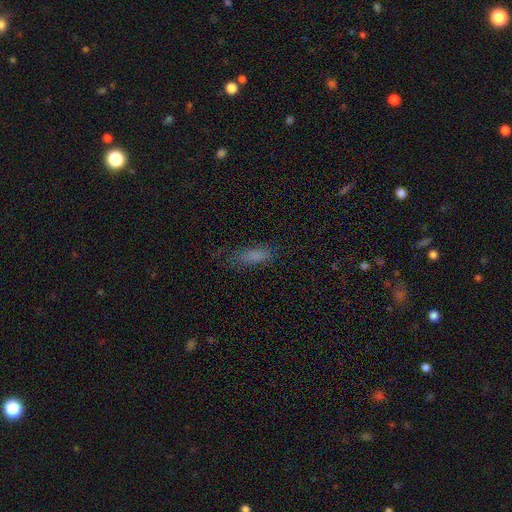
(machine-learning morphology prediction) smooth-or-featured: smooth: 77% | star or artifact: 12% | featured or disk: 11%
  how-rounded: in between: 60% | cigar-shaped: 37% | round: 3%
  merging: none: 69% | minor disturbance: 21% | major disturbance: 9% | merger: 2%